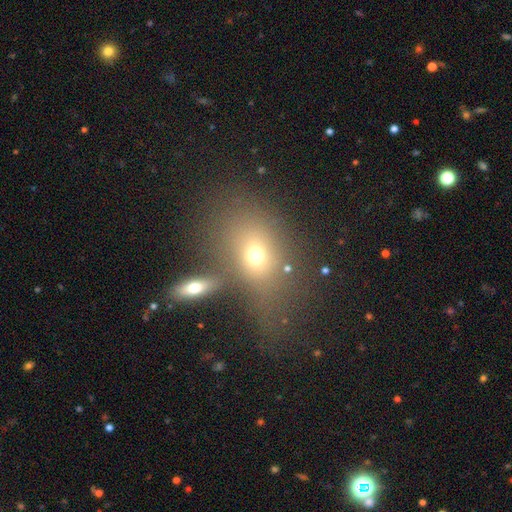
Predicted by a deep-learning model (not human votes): Overall: smooth (68%). How rounded: in between (65%; round 33%). Merging: none (49%; merger 25%).